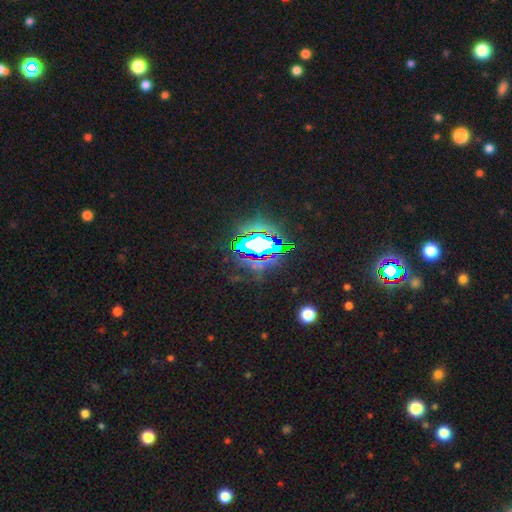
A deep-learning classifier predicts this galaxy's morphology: type=star or artifact (75%).